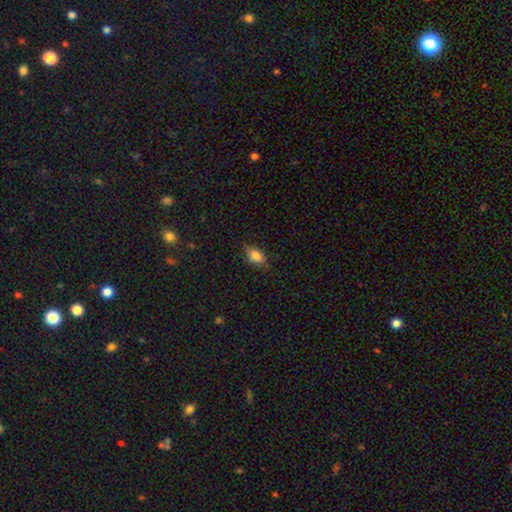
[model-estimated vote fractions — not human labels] smooth_or_featured: smooth (p=0.84) [alt: star or artifact p=0.09]
how_rounded: in between (p=0.86) [alt: round p=0.11]
merging: none (p=0.71) [alt: minor disturbance p=0.23]